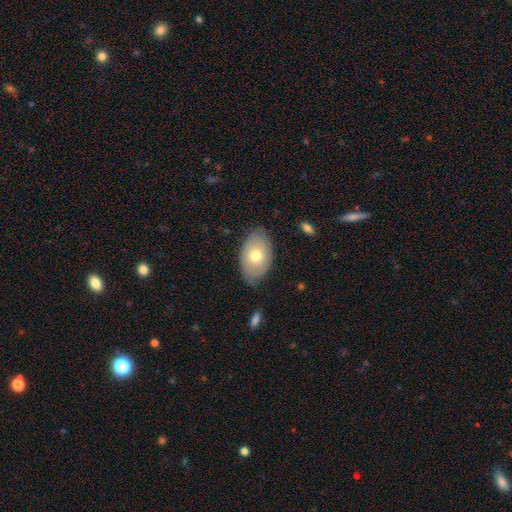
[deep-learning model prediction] smooth_or_featured: smooth (p=0.66) [alt: featured or disk p=0.27]
how_rounded: in between (p=0.91) [alt: round p=0.08]
merging: none (p=0.78) [alt: minor disturbance p=0.17]